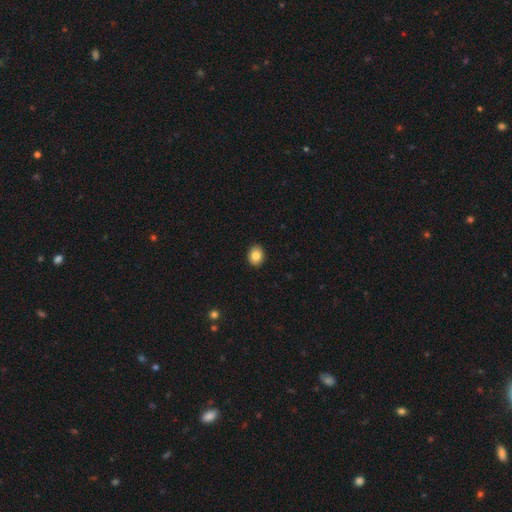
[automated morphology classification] Smooth or featured? Predicted: smooth (p=0.85). How rounded? Predicted: round (p=0.52). Merging? Predicted: none (p=0.91).